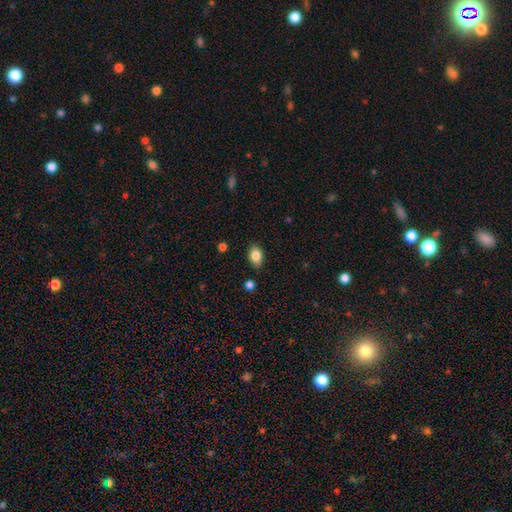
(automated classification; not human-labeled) A smooth galaxy with no disk features (84%) that is in between round and cigar-shaped (82%). Merging: none (82%).